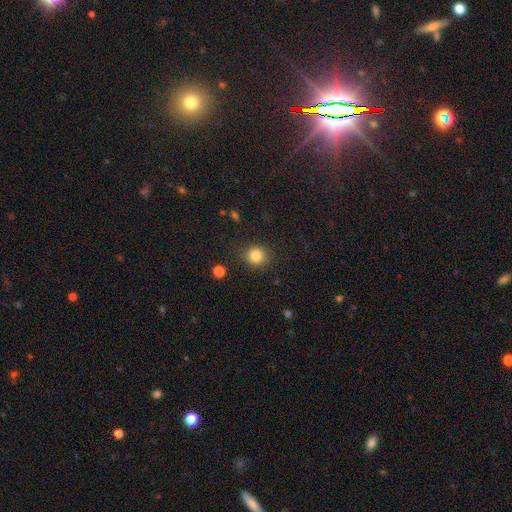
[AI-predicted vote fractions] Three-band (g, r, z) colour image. It shows a smooth galaxy with no disk features (83%) that is round (85%). Merging: none (87%).